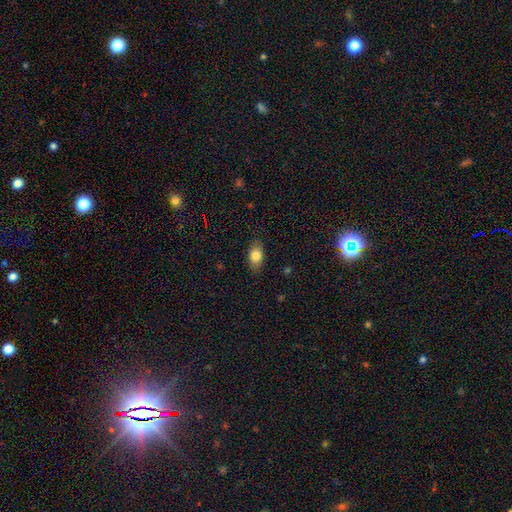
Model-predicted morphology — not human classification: A smooth galaxy with no disk features (81%) that is in between round and cigar-shaped (87%).

Vote fractions:
- Smooth or featured? smooth: 81% / featured or disk: 11% / star or artifact: 8%
- How rounded? in between: 87% / round: 10% / cigar-shaped: 4%
- Merging? none: 83% / minor disturbance: 13% / major disturbance: 3% / merger: 1%